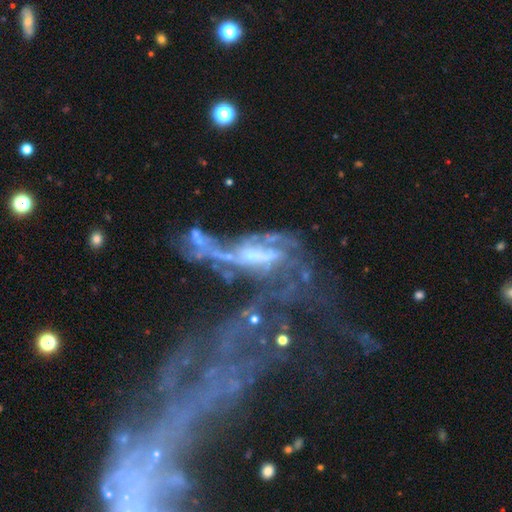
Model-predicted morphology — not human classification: Smooth or featured? featured or disk (73%)
Edge-on disk? no (92%)
Bar? no (53%)
Spiral arms? yes (59%)
Bulge size? small (36%)
Merging? major disturbance (44%)